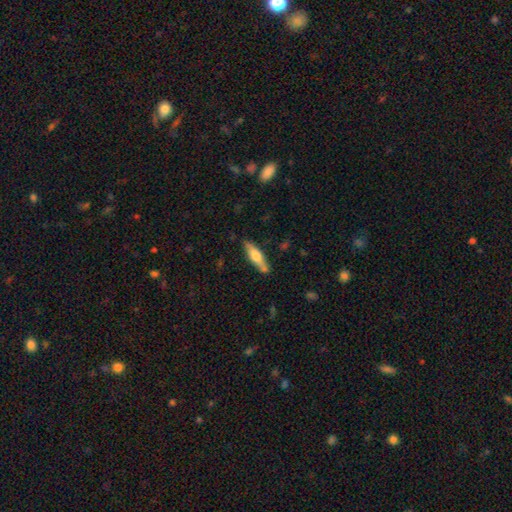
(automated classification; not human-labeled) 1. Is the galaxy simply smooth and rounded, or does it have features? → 53% smooth, 41% featured or disk, 6% star or artifact.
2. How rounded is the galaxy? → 70% cigar-shaped, 28% in between, 2% round.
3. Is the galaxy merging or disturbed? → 80% none, 13% minor disturbance, 5% merger, 3% major disturbance.